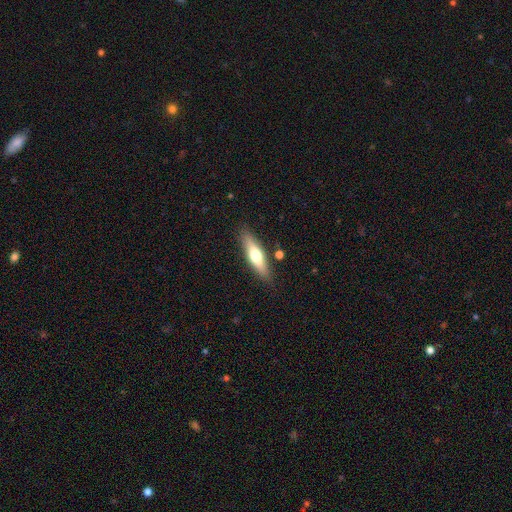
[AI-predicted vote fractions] This appears to be a smooth galaxy with no disk features (54%) that is cigar-shaped (67%). Merging: none (84%).